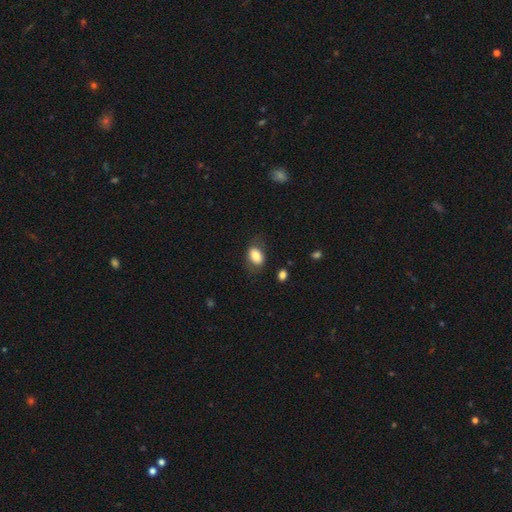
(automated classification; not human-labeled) smooth-or-featured: smooth: 79% | featured or disk: 13% | star or artifact: 7%
  how-rounded: in between: 85% | round: 13% | cigar-shaped: 1%
  merging: none: 71% | minor disturbance: 19% | major disturbance: 8% | merger: 2%